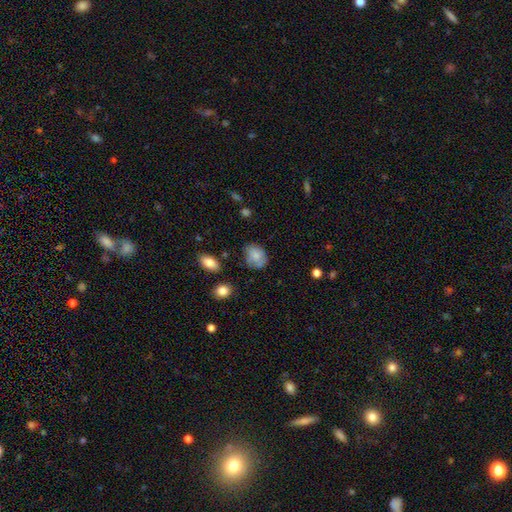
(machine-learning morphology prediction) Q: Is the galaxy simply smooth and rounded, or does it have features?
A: smooth — 78%.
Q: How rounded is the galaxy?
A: in between — 54%.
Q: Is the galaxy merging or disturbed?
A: none — 62%.